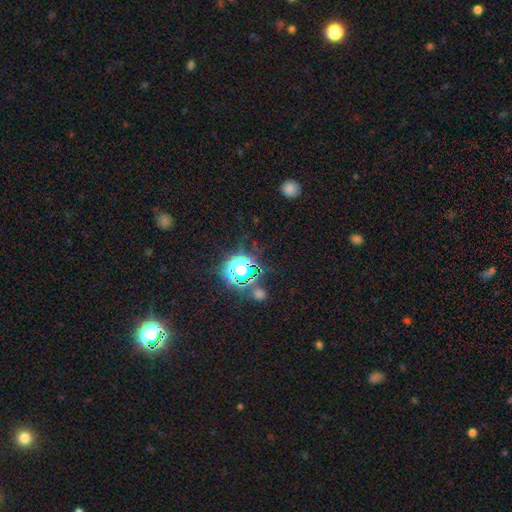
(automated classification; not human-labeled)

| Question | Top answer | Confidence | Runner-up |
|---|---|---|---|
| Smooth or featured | star or artifact | 78% | smooth (15%) |